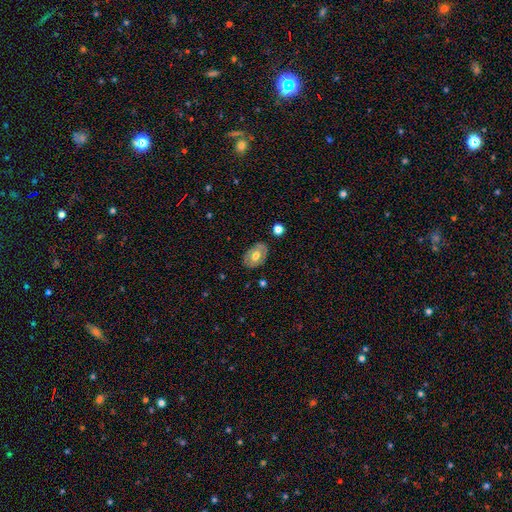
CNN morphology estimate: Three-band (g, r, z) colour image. It shows a featured or disk galaxy (49%). Merging: none (80%).